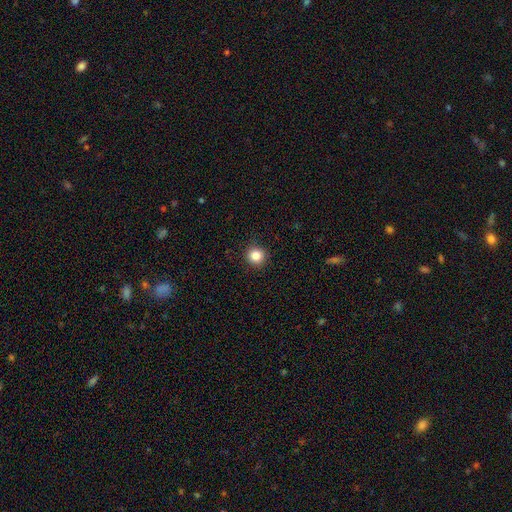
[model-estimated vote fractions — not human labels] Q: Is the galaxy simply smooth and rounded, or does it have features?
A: smooth — 85%.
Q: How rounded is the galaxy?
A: round — 93%.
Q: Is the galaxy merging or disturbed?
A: none — 91%.